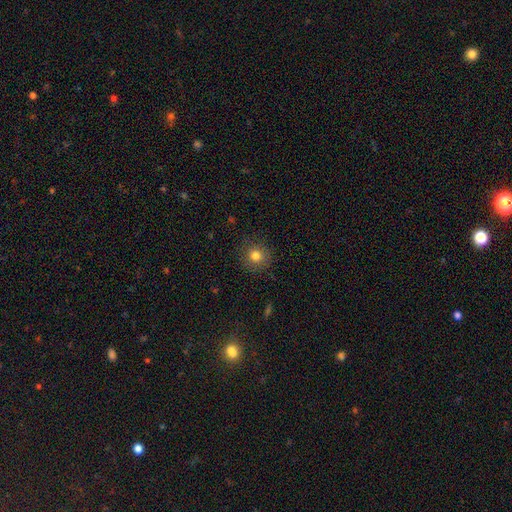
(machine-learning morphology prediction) A smooth galaxy with no disk features (80%) that is round (92%). Merging: none (86%).